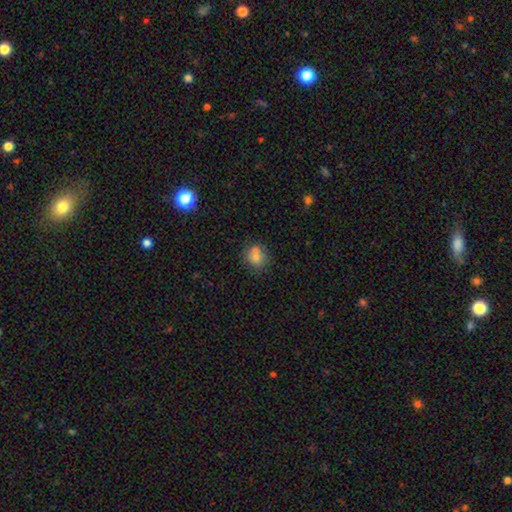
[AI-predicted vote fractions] Smooth or featured?
  - smooth: 76% *
  - featured or disk: 13%
  - star or artifact: 12%
How rounded?
  - round: 79% *
  - in between: 20%
  - cigar-shaped: 1%
Merging?
  - none: 59% *
  - merger: 23%
  - minor disturbance: 14%
  - major disturbance: 5%